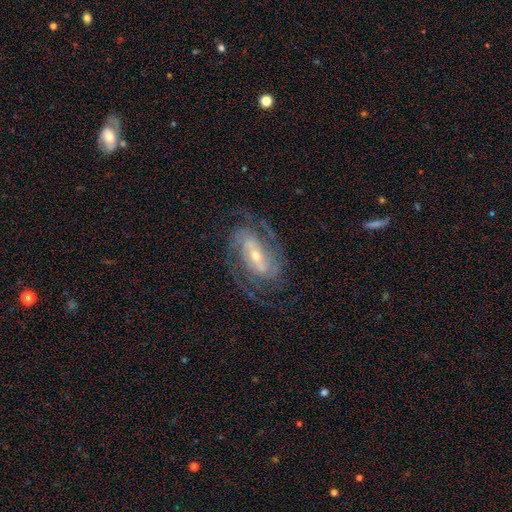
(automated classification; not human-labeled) Smooth or featured? featured or disk (88%)
Edge-on disk? no (95%)
Bar? strong (41%)
Spiral arms? yes (96%)
Spiral winding? medium (46%)
Spiral arm count? 2 (67%)
Bulge size? small (51%)
Merging? none (73%)